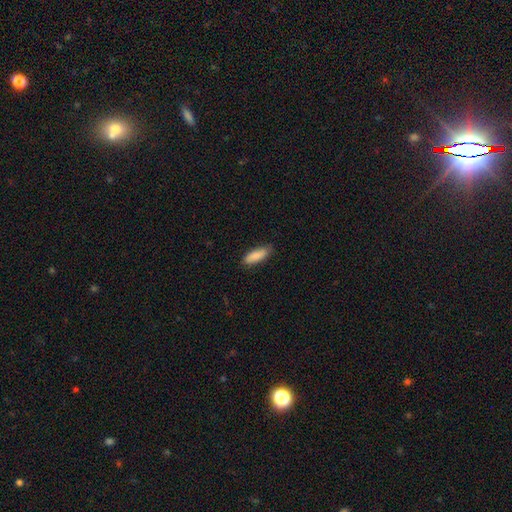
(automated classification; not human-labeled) A smooth galaxy with no disk features (87%) that is in between round and cigar-shaped (62%). Merging: none (81%).